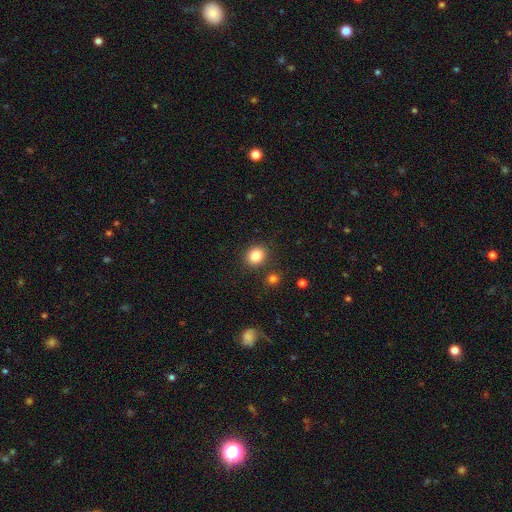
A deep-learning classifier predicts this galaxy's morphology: Overall: smooth (85%). How rounded: round (66%; in between 33%). Merging: none (84%).